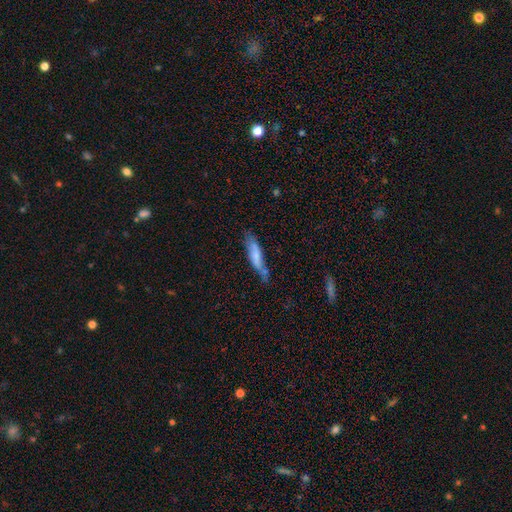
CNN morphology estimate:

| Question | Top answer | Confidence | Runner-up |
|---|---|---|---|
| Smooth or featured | smooth | 66% | featured or disk (28%) |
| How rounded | cigar-shaped | 80% | in between (19%) |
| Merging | none | 53% | minor disturbance (30%) |